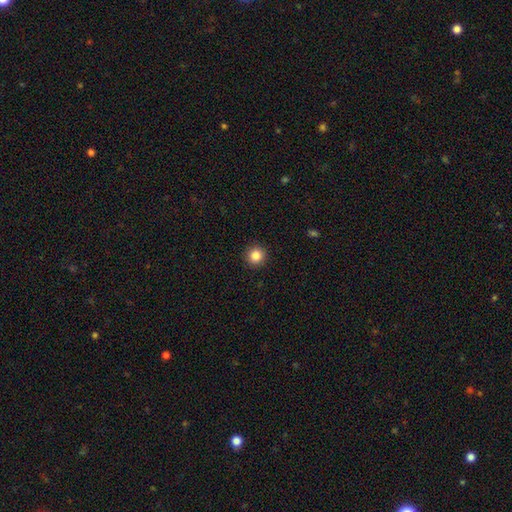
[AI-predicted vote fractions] Smooth or featured? Predicted: smooth (p=0.86). How rounded? Predicted: round (p=0.95). Merging? Predicted: none (p=0.93).